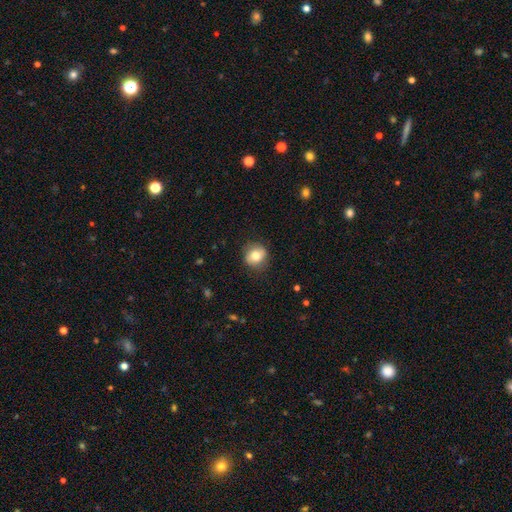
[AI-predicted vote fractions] A smooth galaxy with no disk features (77%) that is round (79%).

Vote fractions:
- Smooth or featured? smooth: 77% / featured or disk: 14% / star or artifact: 9%
- How rounded? round: 79% / in between: 20% / cigar-shaped: 1%
- Merging? none: 82% / minor disturbance: 13% / major disturbance: 3% / merger: 1%